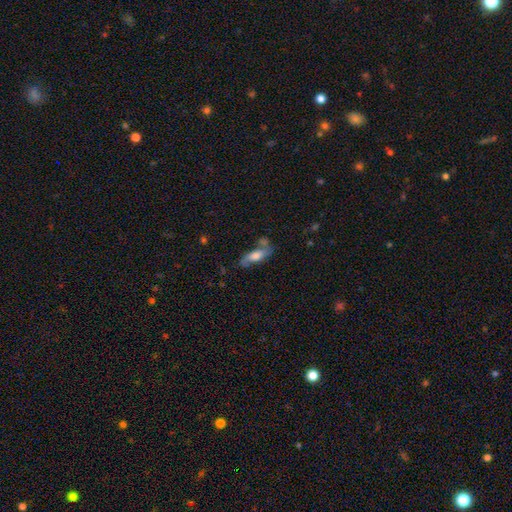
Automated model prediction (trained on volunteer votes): Q: Smooth or featured?
A: featured or disk (49%); runner-up: smooth (43%)
Q: Merging?
A: none (52%); runner-up: minor disturbance (23%)